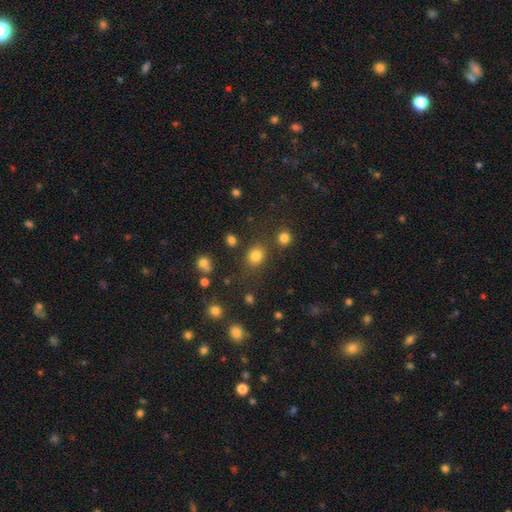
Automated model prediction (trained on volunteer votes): Smooth or featured? Predicted: smooth (p=0.80). How rounded? Predicted: round (p=0.62). Merging? Predicted: none (p=0.77).